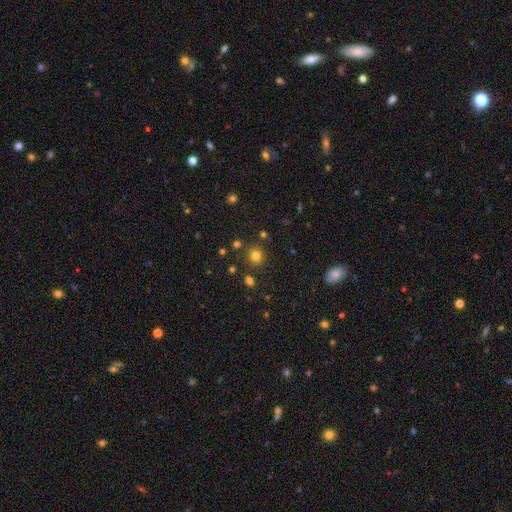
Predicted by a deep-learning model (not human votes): Q: Smooth or featured?
A: smooth (77%); runner-up: star or artifact (17%)
Q: How rounded?
A: round (92%); runner-up: in between (7%)
Q: Merging?
A: none (86%); runner-up: minor disturbance (7%)